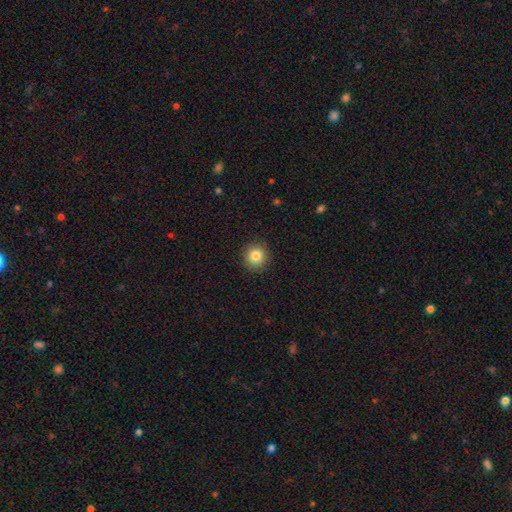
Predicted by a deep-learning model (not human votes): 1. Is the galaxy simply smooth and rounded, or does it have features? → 84% smooth, 10% star or artifact, 5% featured or disk.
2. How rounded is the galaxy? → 94% round, 6% in between, 1% cigar-shaped.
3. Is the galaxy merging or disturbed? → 92% none, 6% minor disturbance, 2% major disturbance, 1% merger.